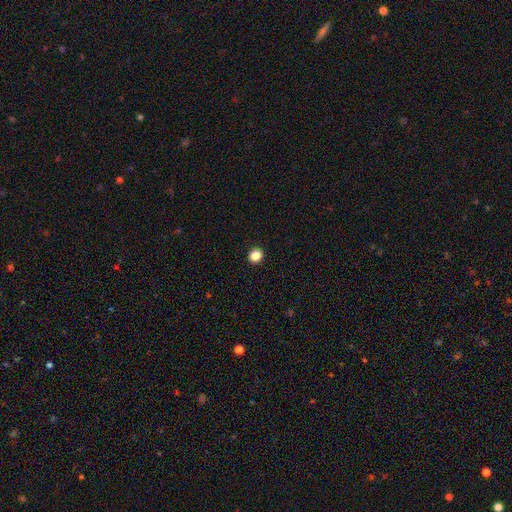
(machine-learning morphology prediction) This appears to be a smooth galaxy with no disk features (86%) that is round (89%). Merging: none (94%).